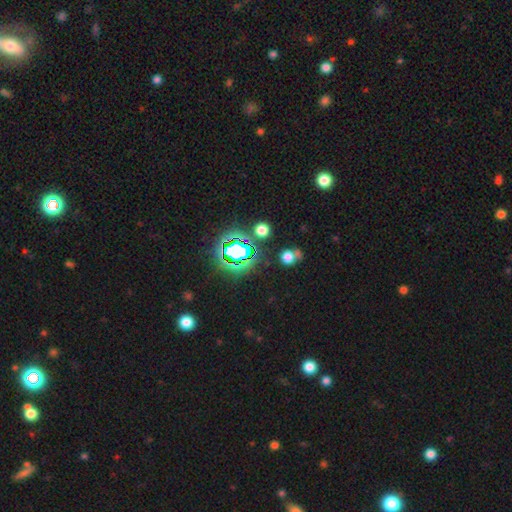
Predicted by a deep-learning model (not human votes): Smooth or featured? star or artifact (76%)